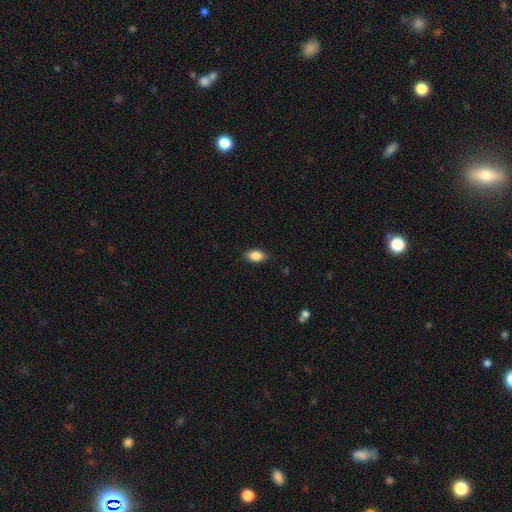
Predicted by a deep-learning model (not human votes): This appears to be a smooth galaxy with no disk features (88%) that is in between round and cigar-shaped (90%). Merging: none (85%).